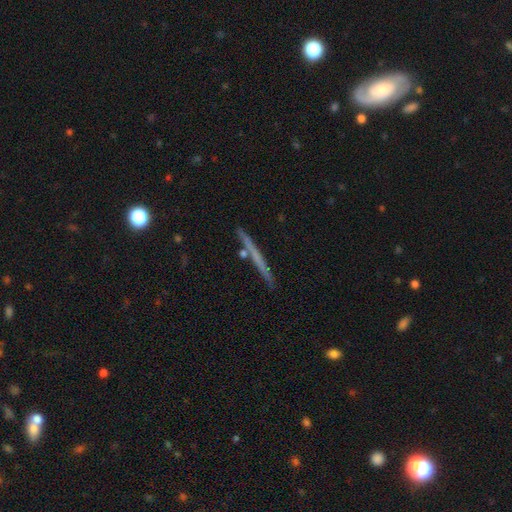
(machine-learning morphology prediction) smooth-or-featured: featured or disk: 50% | smooth: 43% | star or artifact: 7%
  disk-edge-on: yes: 96% | no: 4%
  merging: none: 86% | minor disturbance: 9% | merger: 3% | major disturbance: 2%